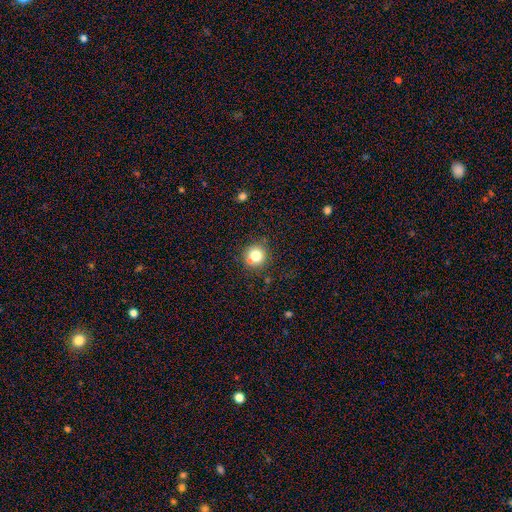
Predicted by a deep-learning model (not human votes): Smooth or featured: smooth — 78% (star or artifact — 13%)
How rounded: round — 92% (in between — 7%)
Merging: none — 76% (minor disturbance — 11%)